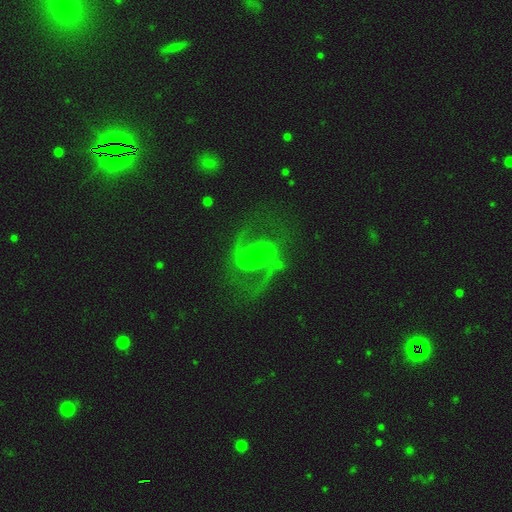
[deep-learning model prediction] Smooth or featured? featured or disk (88%)
Edge-on disk? no (97%)
Bar? strong (47%)
Spiral arms? yes (96%)
Spiral winding? medium (59%)
Spiral arm count? 2 (93%)
Bulge size? small (51%)
Merging? none (73%)